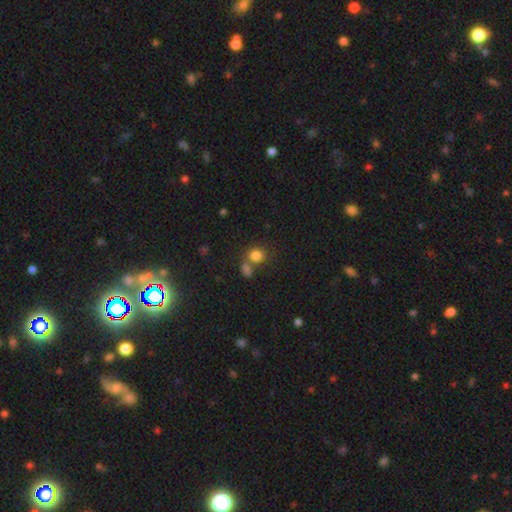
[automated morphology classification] The model was most divided on "merging": none: 53%, merger: 32%, minor disturbance: 10%, major disturbance: 5%. More confident: smooth or featured — smooth (80%); how rounded — round (76%).